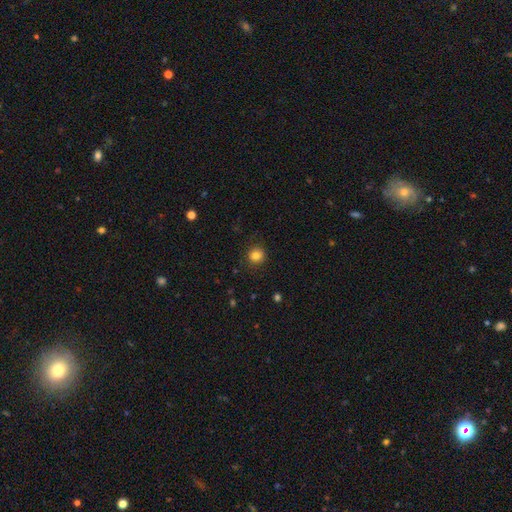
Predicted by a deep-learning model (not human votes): smooth_or_featured: smooth (p=0.83) [alt: star or artifact p=0.12]
how_rounded: round (p=0.90) [alt: in between p=0.09]
merging: none (p=0.89) [alt: minor disturbance p=0.08]